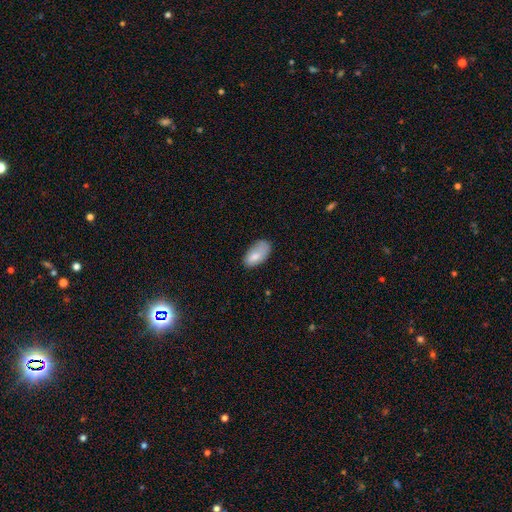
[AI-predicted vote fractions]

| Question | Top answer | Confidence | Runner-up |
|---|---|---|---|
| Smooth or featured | smooth | 79% | featured or disk (13%) |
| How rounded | in between | 94% | round (3%) |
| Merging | none | 58% | minor disturbance (31%) |